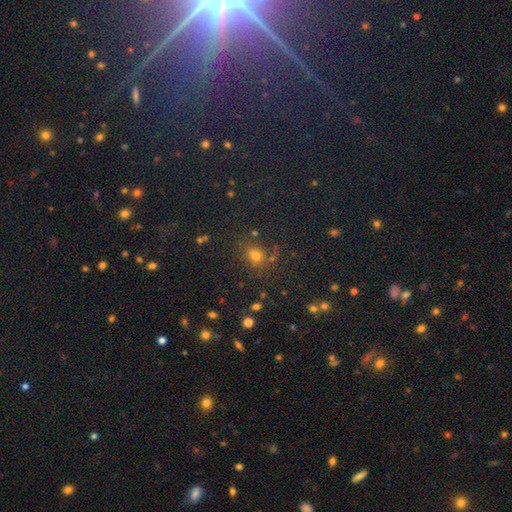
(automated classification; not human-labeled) This appears to be a smooth galaxy with no disk features (62%) that is round (63%). Merging: none (73%).